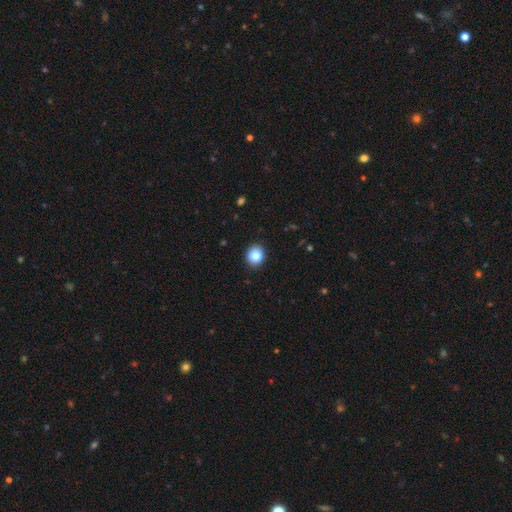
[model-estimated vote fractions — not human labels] A smooth galaxy with no disk features (85%) that is round (78%).

Vote fractions:
- Smooth or featured? smooth: 85% / star or artifact: 10% / featured or disk: 5%
- How rounded? round: 78% / in between: 21% / cigar-shaped: 1%
- Merging? none: 91% / minor disturbance: 7% / major disturbance: 2% / merger: 1%